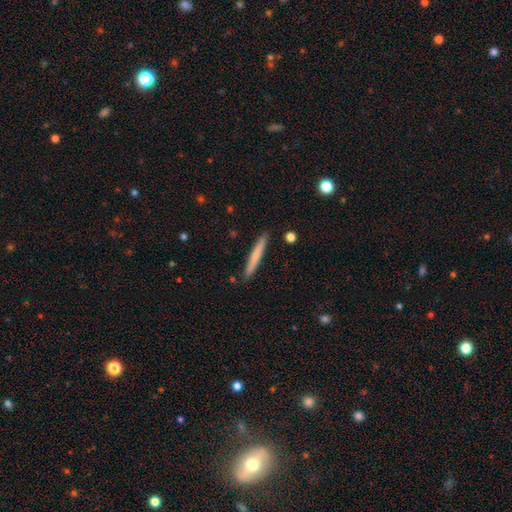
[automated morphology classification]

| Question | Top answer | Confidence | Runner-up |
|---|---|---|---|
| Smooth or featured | smooth | 65% | featured or disk (30%) |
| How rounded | cigar-shaped | 96% | in between (2%) |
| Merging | none | 91% | minor disturbance (6%) |